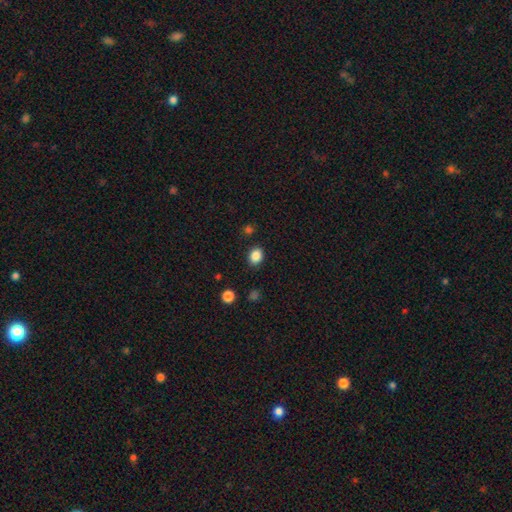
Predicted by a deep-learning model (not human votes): The model was most divided on "how rounded": in between: 53%, round: 46%, cigar-shaped: 1%. More confident: merging — none (87%); smooth or featured — smooth (86%).